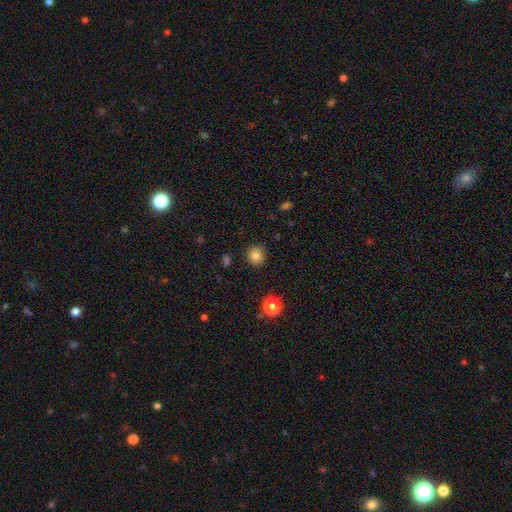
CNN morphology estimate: type=smooth (81%); roundness=round (88%); merging=none (85%).